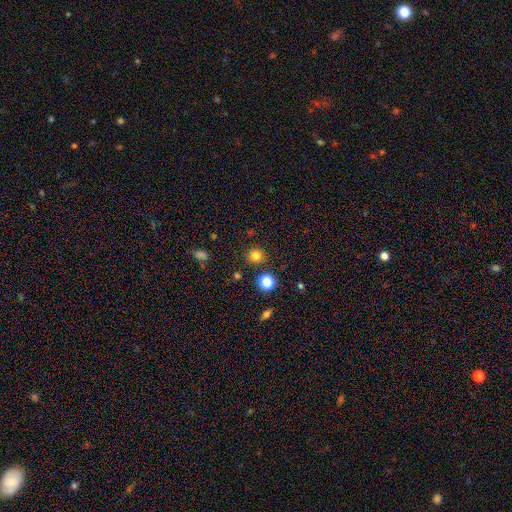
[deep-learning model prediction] The model was most divided on "smooth or featured": smooth: 79%, star or artifact: 16%, featured or disk: 5%. More confident: how rounded — round (92%); merging — none (88%).